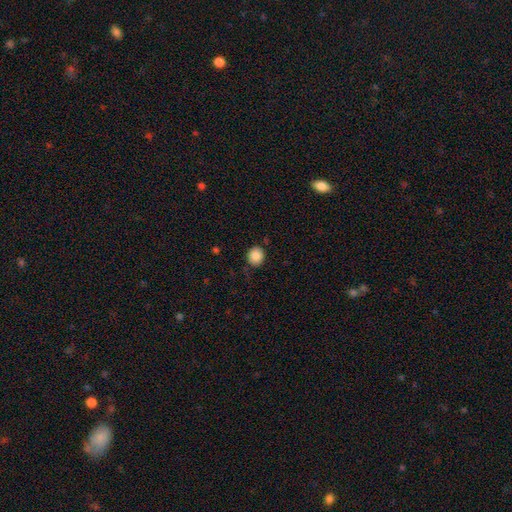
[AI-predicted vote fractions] smooth 85%, star or artifact 9%, featured or disk 5%. Down the decision tree: how rounded — round (85%); merging — none (81%).